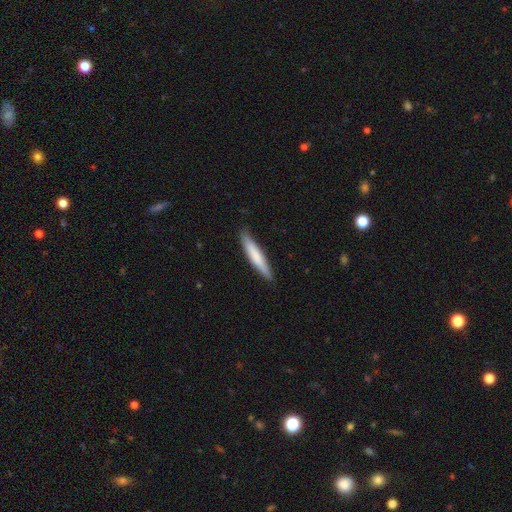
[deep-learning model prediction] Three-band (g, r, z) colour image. It shows a smooth galaxy with no disk features (71%) that is cigar-shaped (93%). Merging: none (87%).